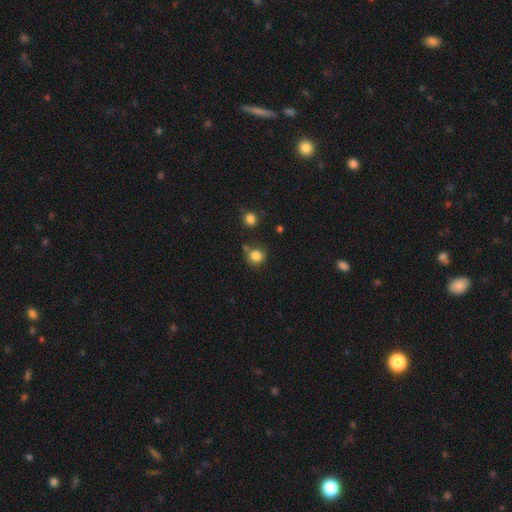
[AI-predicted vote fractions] Smooth or featured? smooth (84%)
How rounded? round (87%)
Merging? none (73%)